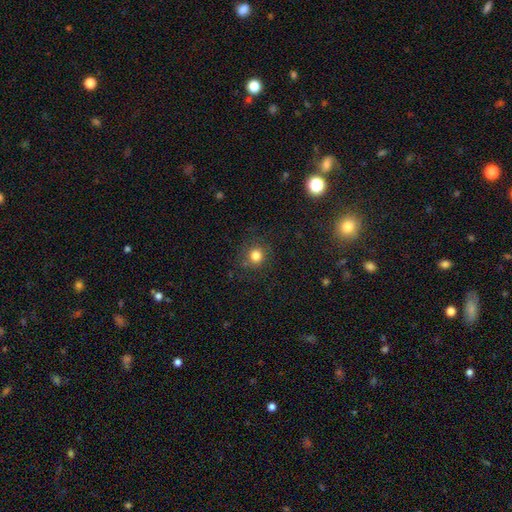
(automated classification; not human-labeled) This appears to be a smooth galaxy with no disk features (81%) that is round (91%). Merging: none (84%).